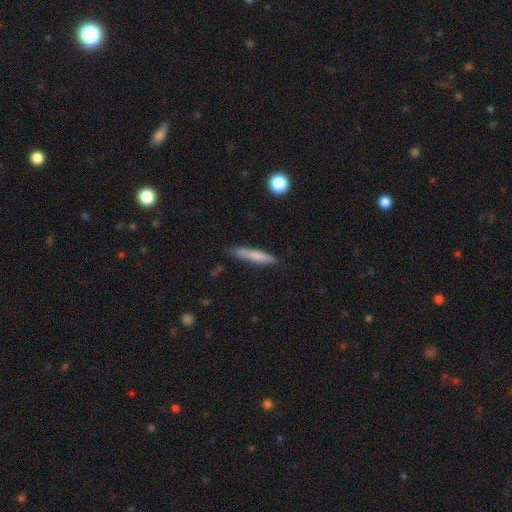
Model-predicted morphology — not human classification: This appears to be a smooth galaxy with no disk features (72%) that is cigar-shaped (91%). Merging: none (79%).